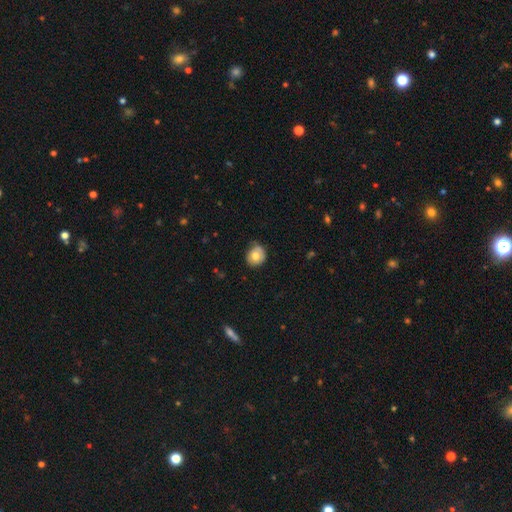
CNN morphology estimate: smooth-or-featured: smooth: 73% | featured or disk: 19% | star or artifact: 8%
  how-rounded: round: 78% | in between: 21% | cigar-shaped: 1%
  merging: none: 69% | minor disturbance: 24% | major disturbance: 5% | merger: 2%